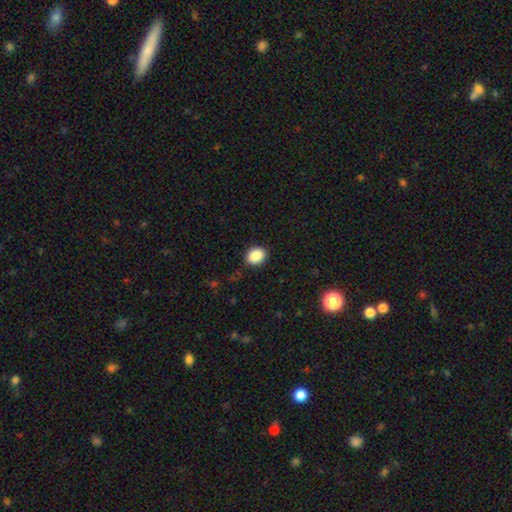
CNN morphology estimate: Smooth or featured? Predicted: smooth (p=0.88). How rounded? Predicted: in between (p=0.59). Merging? Predicted: none (p=0.88).